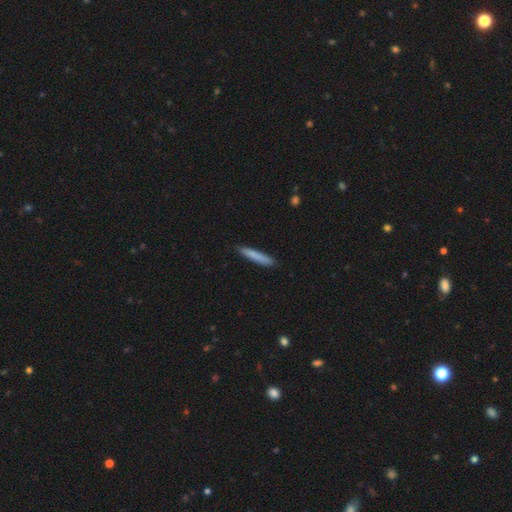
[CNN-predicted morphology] A smooth galaxy with no disk features (82%) that is cigar-shaped (94%).

Vote fractions:
- Smooth or featured? smooth: 82% / featured or disk: 12% / star or artifact: 6%
- How rounded? cigar-shaped: 94% / in between: 5% / round: 1%
- Merging? none: 89% / minor disturbance: 9% / major disturbance: 1% / merger: 1%